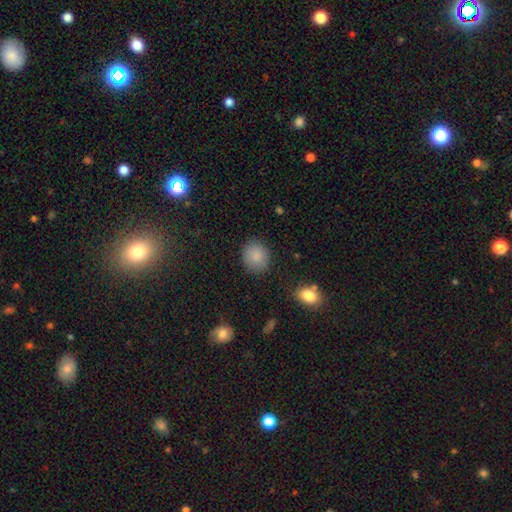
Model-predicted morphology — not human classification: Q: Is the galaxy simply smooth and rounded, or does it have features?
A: smooth — 86%.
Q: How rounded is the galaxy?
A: round — 74%.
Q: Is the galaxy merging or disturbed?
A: none — 85%.